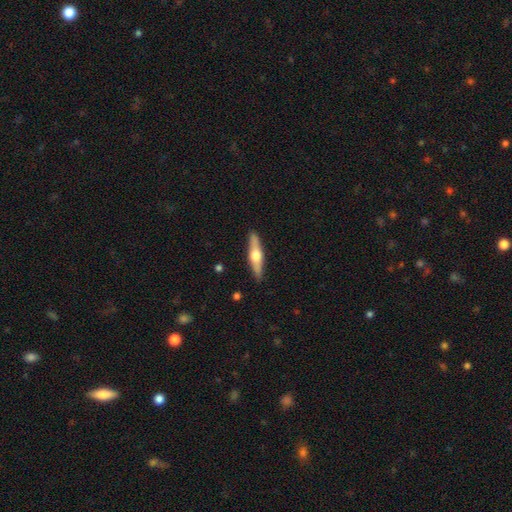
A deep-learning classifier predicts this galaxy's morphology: Overall: featured or disk (56%; smooth 39%). Edge-on disk: yes (92%). Edge-on bulge: rounded (94%). Merging: none (89%).